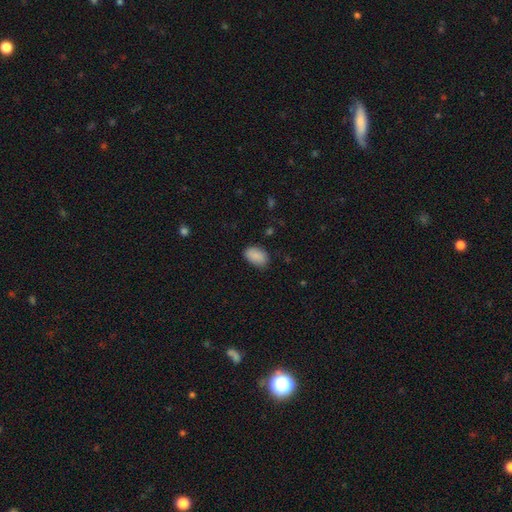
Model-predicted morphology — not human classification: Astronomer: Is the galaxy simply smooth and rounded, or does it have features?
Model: smooth — 87%.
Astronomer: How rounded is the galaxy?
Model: in between — 89%.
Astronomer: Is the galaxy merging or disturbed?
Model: none — 78%.